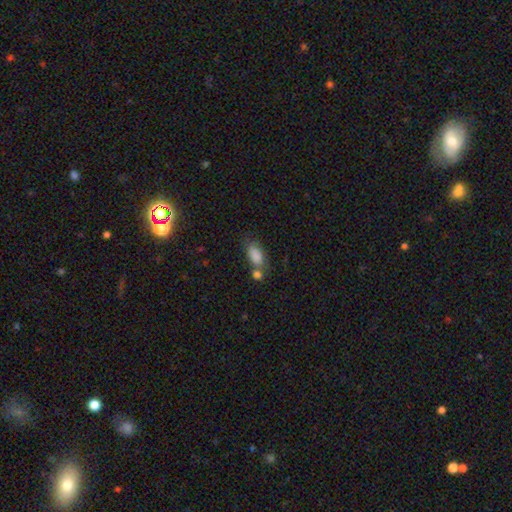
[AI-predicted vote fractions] A smooth galaxy with no disk features (84%) that is in between round and cigar-shaped (88%).

Vote fractions:
- Smooth or featured? smooth: 84% / star or artifact: 8% / featured or disk: 8%
- How rounded? in between: 88% / round: 6% / cigar-shaped: 6%
- Merging? none: 43% / merger: 31% / minor disturbance: 18% / major disturbance: 8%